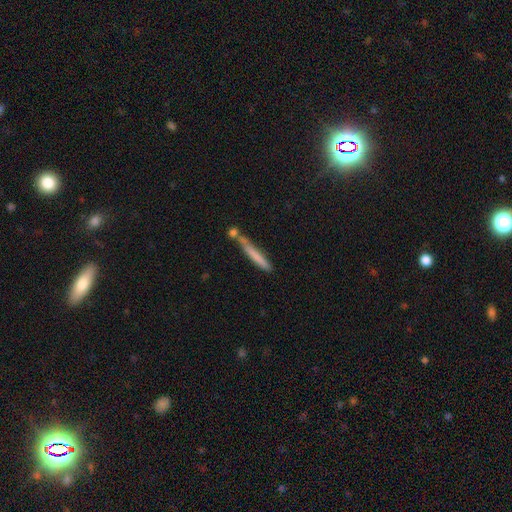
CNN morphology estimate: smooth 65%, featured or disk 28%, star or artifact 8%. Down the decision tree: how rounded — cigar-shaped (95%); merging — none (57%).